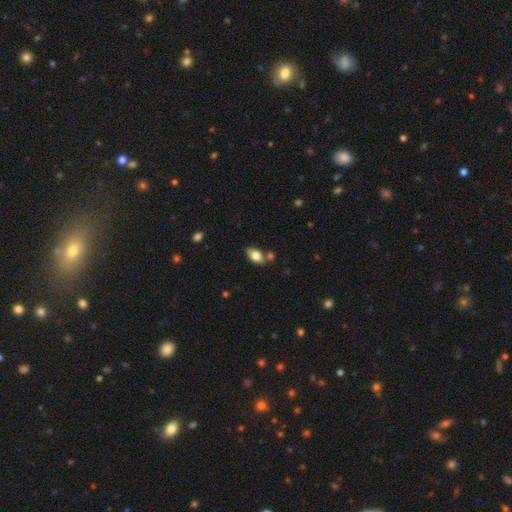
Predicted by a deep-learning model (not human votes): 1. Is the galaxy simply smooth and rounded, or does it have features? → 77% smooth, 15% featured or disk, 8% star or artifact.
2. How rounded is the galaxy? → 89% in between, 7% round, 4% cigar-shaped.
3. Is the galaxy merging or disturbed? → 65% none, 17% minor disturbance, 15% merger, 4% major disturbance.